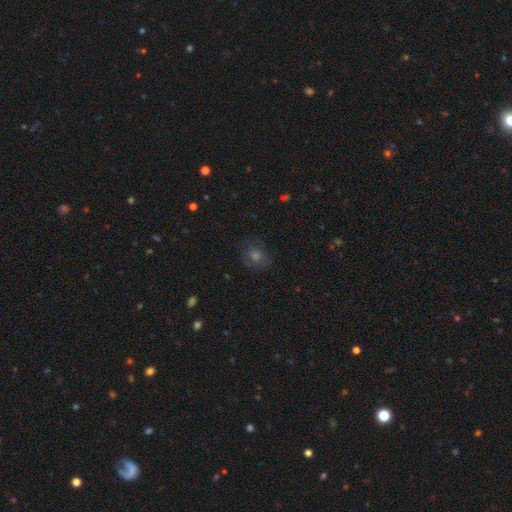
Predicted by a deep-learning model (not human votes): Morphology: type=smooth (45%); merging=none (79%).